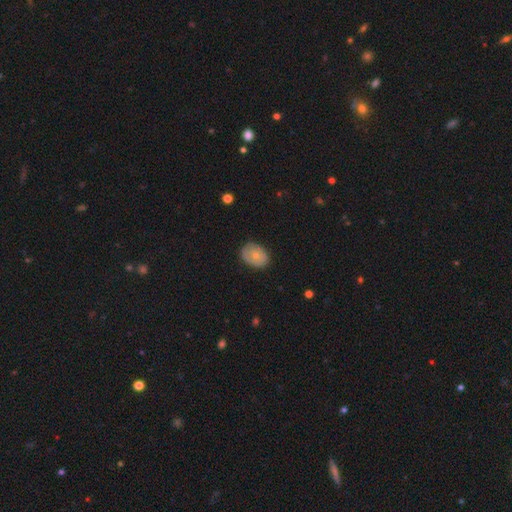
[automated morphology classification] A smooth galaxy with no disk features (62%) that is in between round and cigar-shaped (67%).

Vote fractions:
- Smooth or featured? smooth: 62% / featured or disk: 31% / star or artifact: 7%
- How rounded? in between: 67% / round: 32% / cigar-shaped: 1%
- Merging? none: 76% / minor disturbance: 19% / major disturbance: 4% / merger: 1%